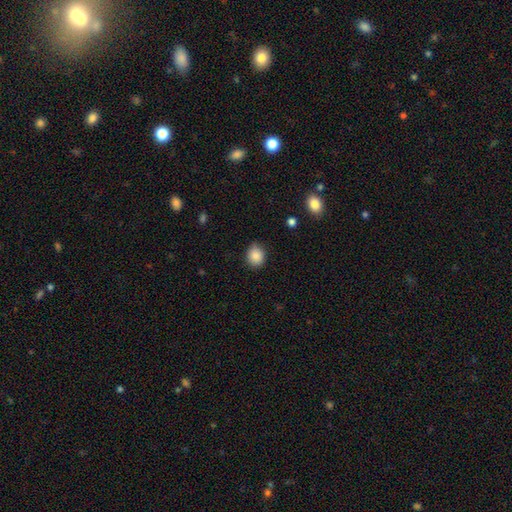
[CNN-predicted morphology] Smooth or featured? smooth (86%)
How rounded? round (71%)
Merging? none (81%)